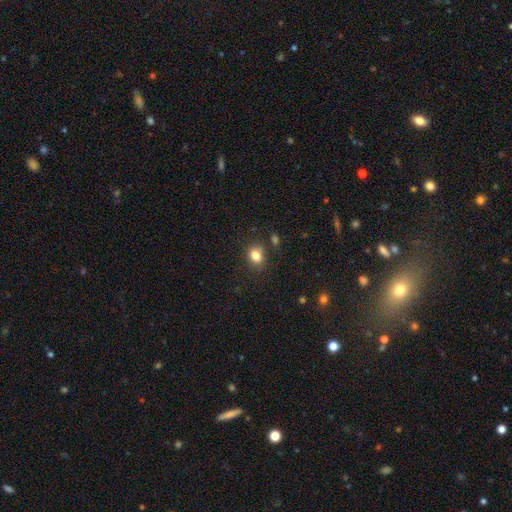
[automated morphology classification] type=smooth (83%); roundness=in between (51%); merging=none (78%).